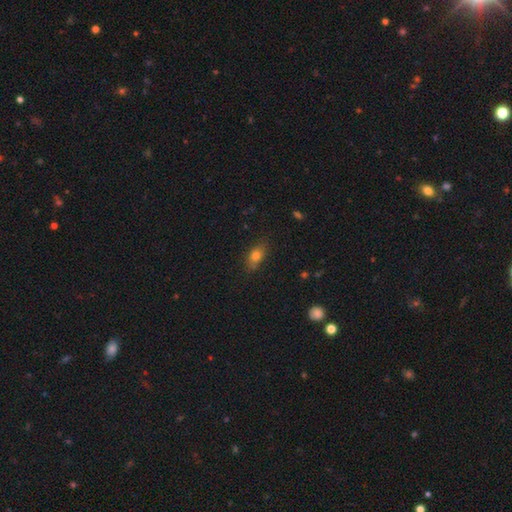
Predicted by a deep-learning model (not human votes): smooth-or-featured: smooth: 76% | featured or disk: 13% | star or artifact: 12%
  how-rounded: in between: 77% | round: 14% | cigar-shaped: 9%
  merging: none: 77% | minor disturbance: 17% | major disturbance: 4% | merger: 2%